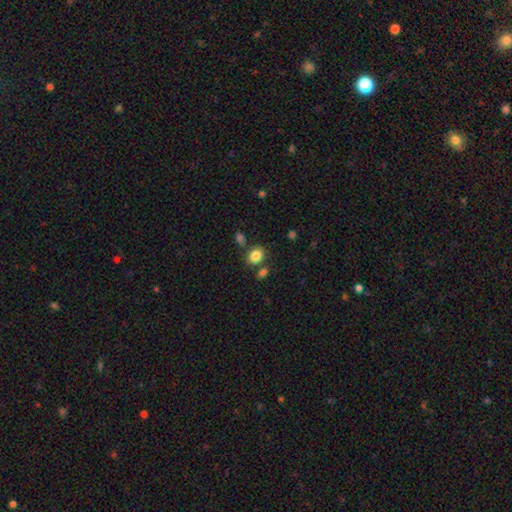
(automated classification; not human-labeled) This is clearly a smooth galaxy (83%). How rounded: possibly in between (51%). Merging: likely none (72%).